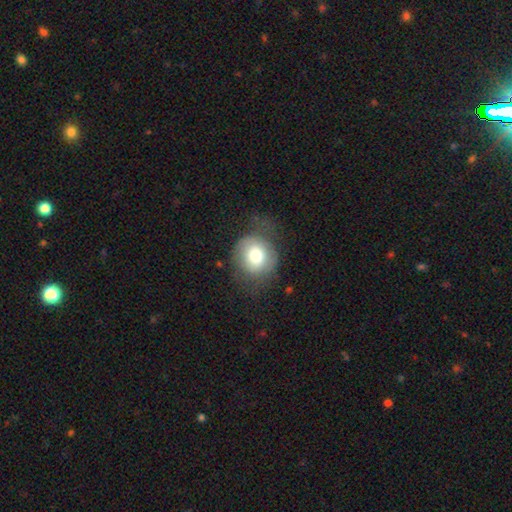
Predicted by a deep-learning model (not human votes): Smooth or featured? smooth (73%)
How rounded? round (79%)
Merging? none (57%)